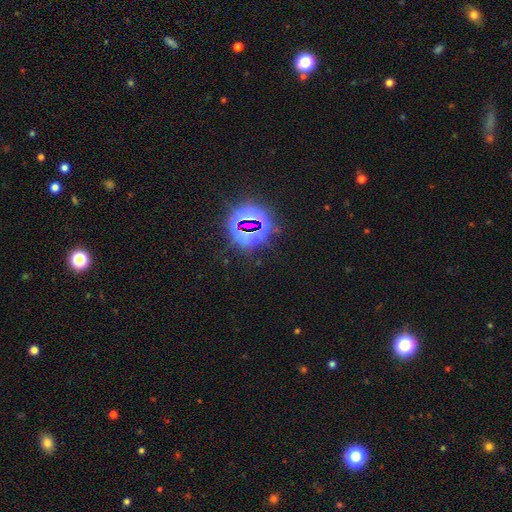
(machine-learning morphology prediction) A star or artifact, not a galaxy (82%).